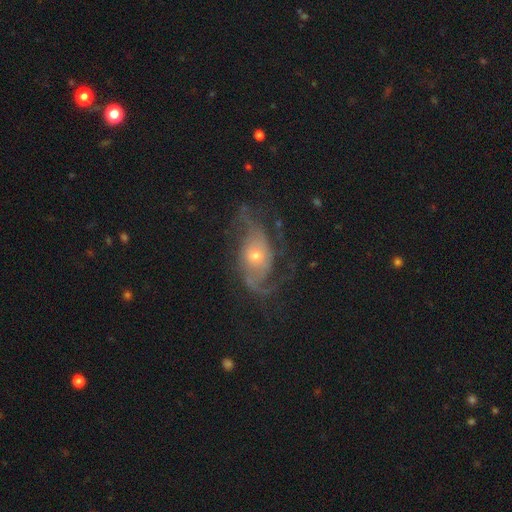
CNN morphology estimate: type=featured or disk (83%); edge-on=no (96%); bar=no (73%); spiral arms=yes (92%); winding=medium (42%); arm count=2 (60%); bulge=small (56%); merging=none (59%).